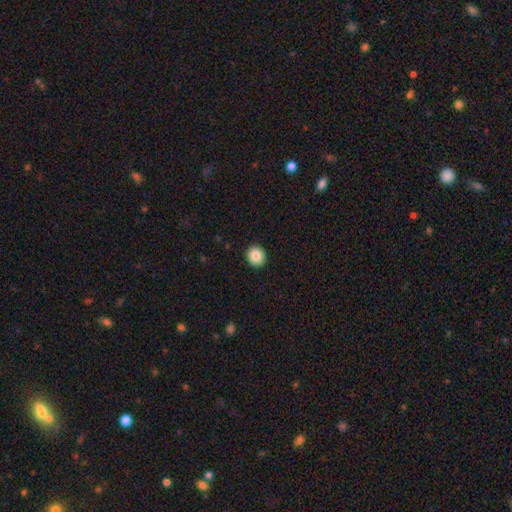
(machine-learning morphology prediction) Smooth or featured?
  - smooth: 86% *
  - star or artifact: 9%
  - featured or disk: 5%
How rounded?
  - round: 86% *
  - in between: 13%
  - cigar-shaped: 1%
Merging?
  - none: 92% *
  - minor disturbance: 5%
  - major disturbance: 2%
  - merger: 1%